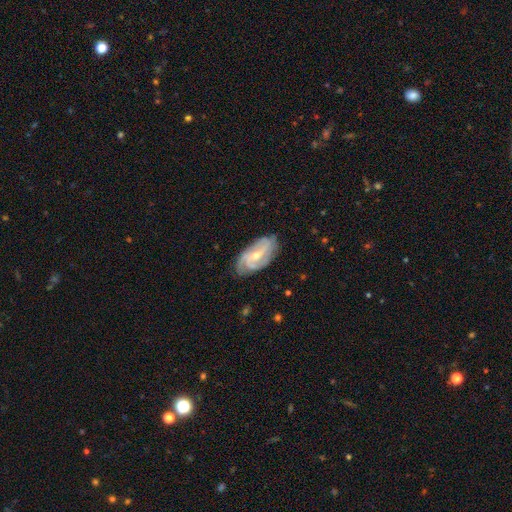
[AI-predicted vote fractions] A featured or disk galaxy (82%) with a weak bar (47%), 2 (29%) tight (45%) spiral arms (95%) and a small central bulge (49%). Merging: none (75%).